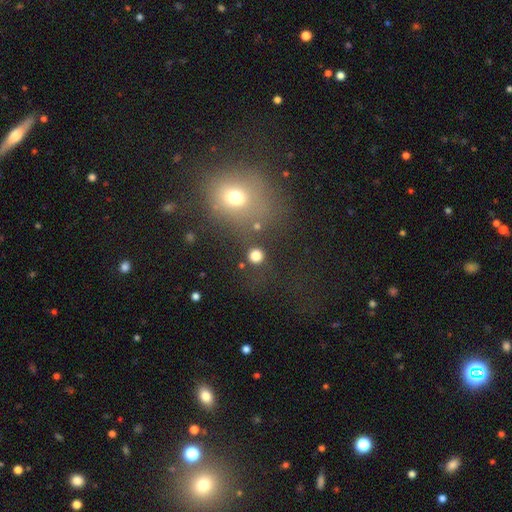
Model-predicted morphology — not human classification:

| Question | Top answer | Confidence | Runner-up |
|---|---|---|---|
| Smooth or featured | smooth | 80% | star or artifact (15%) |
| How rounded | round | 91% | in between (8%) |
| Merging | none | 84% | minor disturbance (7%) |